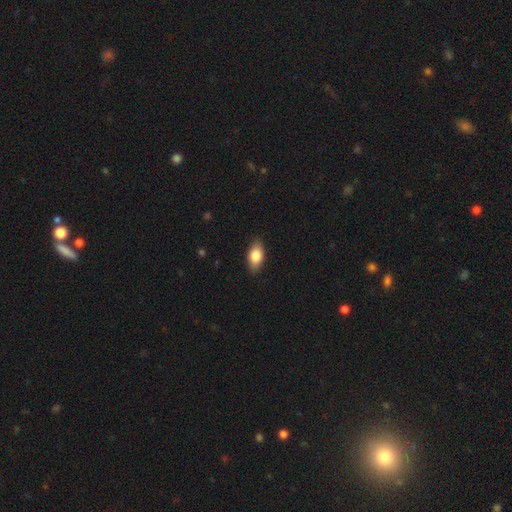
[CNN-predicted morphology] type=smooth (81%); roundness=in between (89%); merging=none (86%).